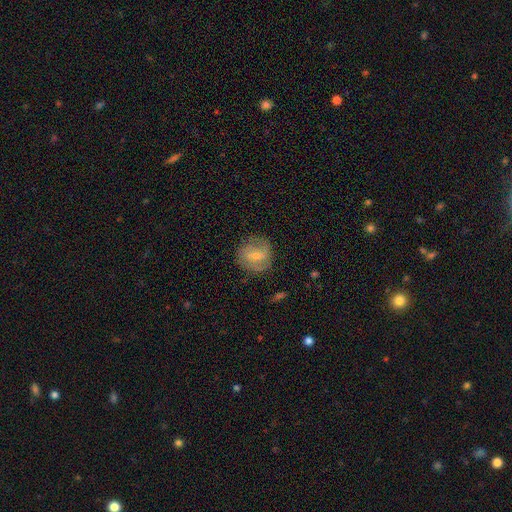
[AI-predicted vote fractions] This is possibly a featured or disk galaxy (59%). It is clearly not viewed edge-on (96%). Bar: possibly weak (50%). Spiral arm pattern: likely yes (76%). Central bulge: possibly small (57%). Merging: likely none (76%).